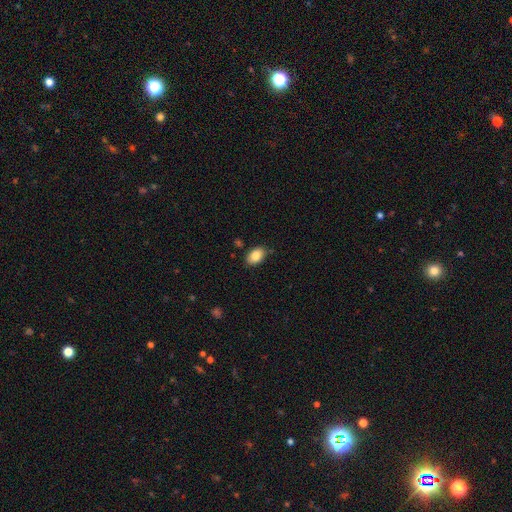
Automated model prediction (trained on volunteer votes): A smooth galaxy with no disk features (87%) that is in between round and cigar-shaped (88%).

Vote fractions:
- Smooth or featured? smooth: 87% / star or artifact: 8% / featured or disk: 6%
- How rounded? in between: 88% / round: 11% / cigar-shaped: 1%
- Merging? none: 80% / minor disturbance: 15% / major disturbance: 3% / merger: 2%